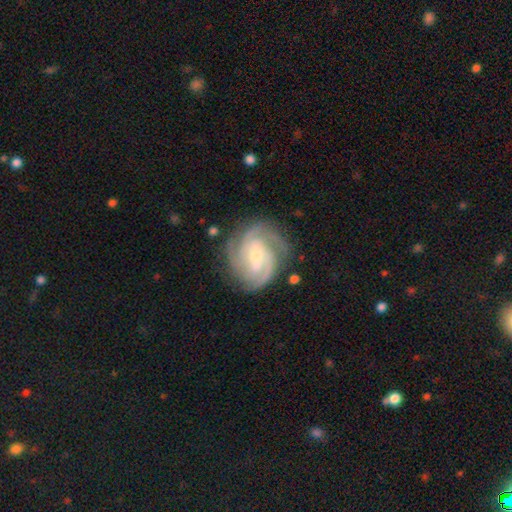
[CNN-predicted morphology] Smooth or featured? Predicted: featured or disk (p=0.91). Edge-on disk? Predicted: no (p=0.98). Bar? Predicted: weak (p=0.48). Spiral arms? Predicted: yes (p=0.98). Spiral winding? Predicted: tight (p=0.65). Spiral arm count? Predicted: 3 (p=0.44). Bulge size? Predicted: small (p=0.55). Merging? Predicted: none (p=0.78).